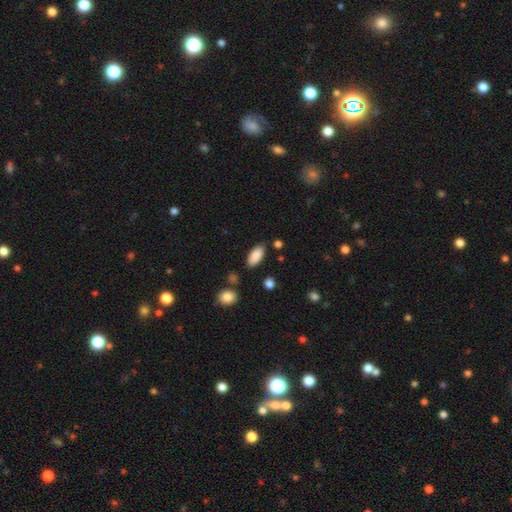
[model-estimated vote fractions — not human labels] smooth-or-featured: smooth: 88% | star or artifact: 7% | featured or disk: 5%
  how-rounded: in between: 89% | cigar-shaped: 9% | round: 2%
  merging: none: 83% | minor disturbance: 11% | merger: 3% | major disturbance: 3%